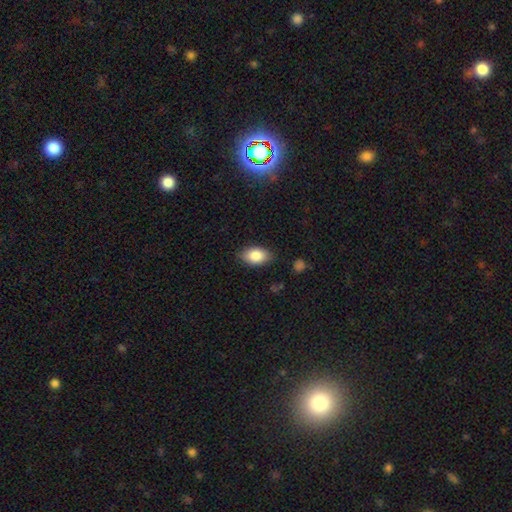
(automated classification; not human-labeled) Q: Smooth or featured?
A: smooth (85%); runner-up: featured or disk (8%)
Q: How rounded?
A: in between (89%); runner-up: round (9%)
Q: Merging?
A: none (83%); runner-up: minor disturbance (13%)